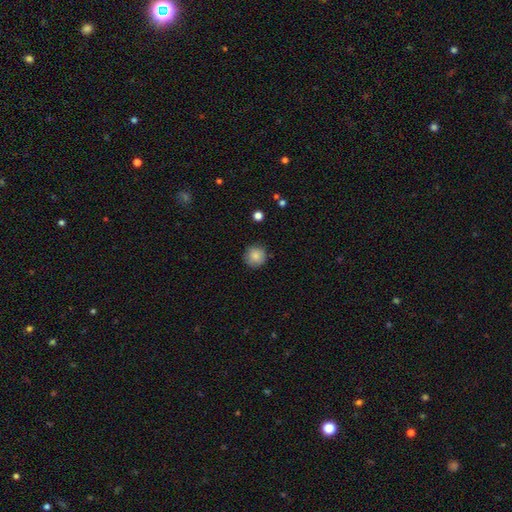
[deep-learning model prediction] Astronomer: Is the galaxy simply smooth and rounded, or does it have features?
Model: smooth — 86%.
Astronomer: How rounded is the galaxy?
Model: round — 94%.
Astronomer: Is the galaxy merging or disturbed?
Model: none — 88%.